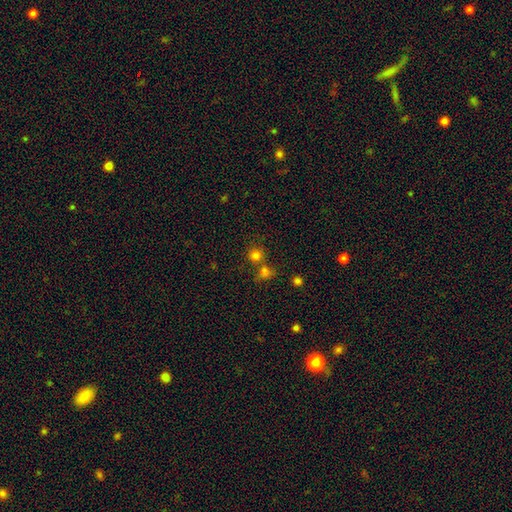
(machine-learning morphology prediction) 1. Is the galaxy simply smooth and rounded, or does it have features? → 76% smooth, 17% star or artifact, 7% featured or disk.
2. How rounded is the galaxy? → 89% round, 10% in between, 1% cigar-shaped.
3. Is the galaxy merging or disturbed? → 61% none, 27% merger, 8% minor disturbance, 4% major disturbance.